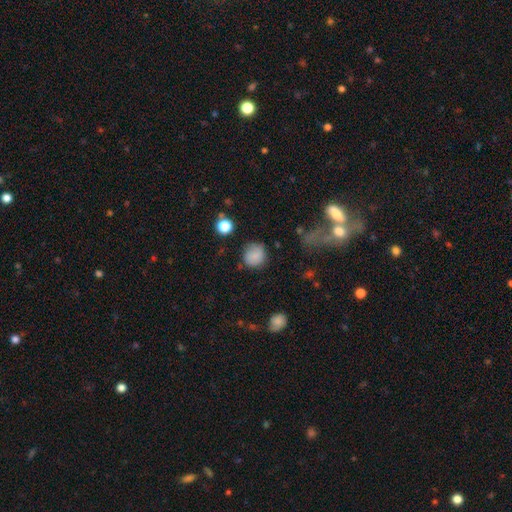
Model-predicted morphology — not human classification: A smooth galaxy with no disk features (82%) that is round (85%).

Vote fractions:
- Smooth or featured? smooth: 82% / star or artifact: 11% / featured or disk: 8%
- How rounded? round: 85% / in between: 14% / cigar-shaped: 1%
- Merging? none: 78% / minor disturbance: 15% / major disturbance: 5% / merger: 2%